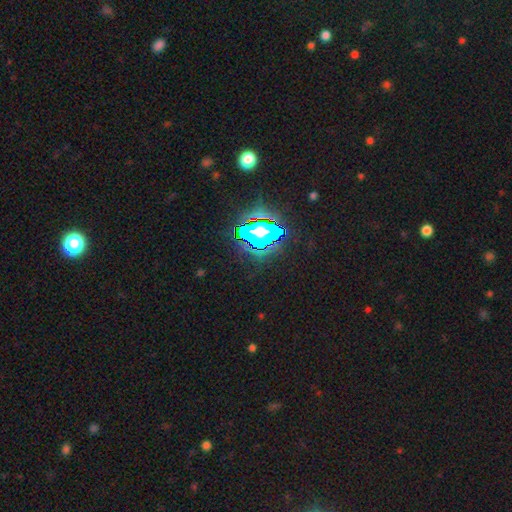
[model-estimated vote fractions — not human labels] Morphology: type=star or artifact (84%).